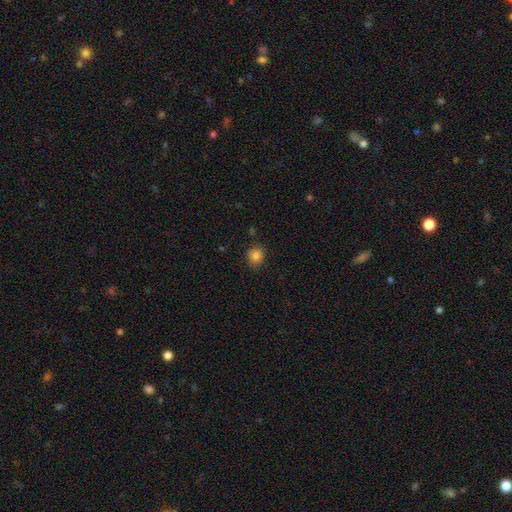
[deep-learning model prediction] Smooth or featured? smooth (84%)
How rounded? round (78%)
Merging? none (84%)